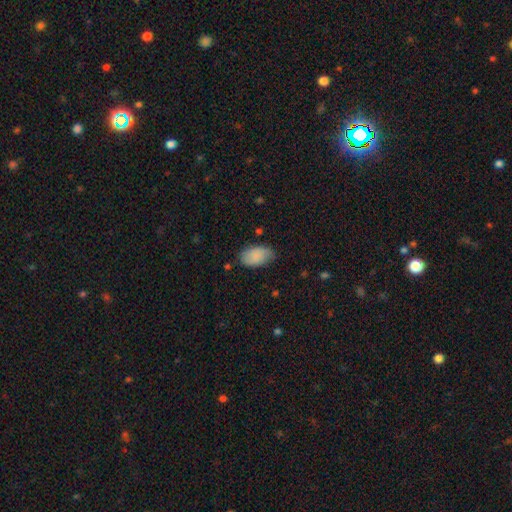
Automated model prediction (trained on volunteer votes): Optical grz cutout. It shows a smooth galaxy with no disk features (88%) that is in between round and cigar-shaped (94%). Merging: none (74%).